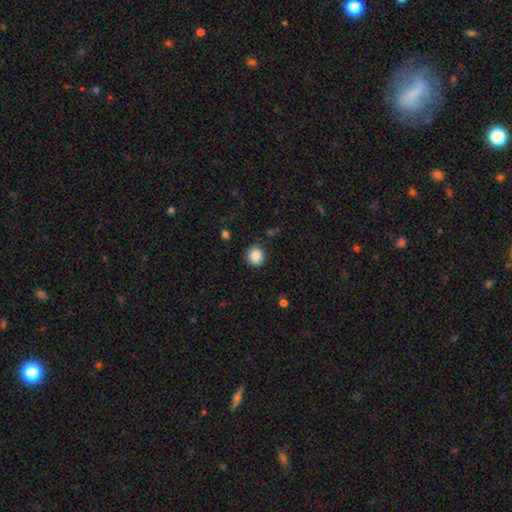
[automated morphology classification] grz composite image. It shows a smooth galaxy with no disk features (86%) that is round (84%). Merging: none (87%).